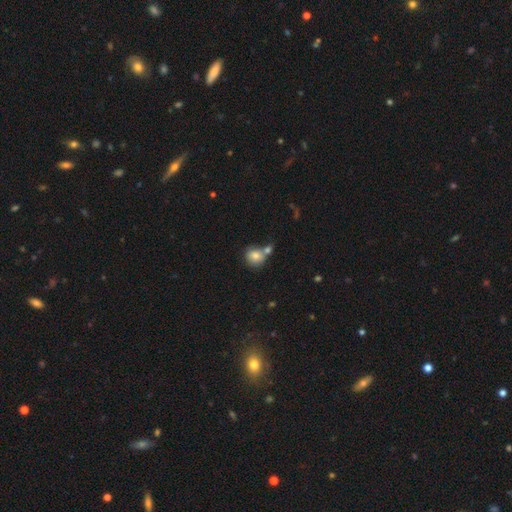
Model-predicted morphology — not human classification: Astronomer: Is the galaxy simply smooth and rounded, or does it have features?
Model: smooth — 79%.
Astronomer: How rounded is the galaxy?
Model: round — 84%.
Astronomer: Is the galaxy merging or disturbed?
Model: none — 48% (runner-up: merger, 36%).